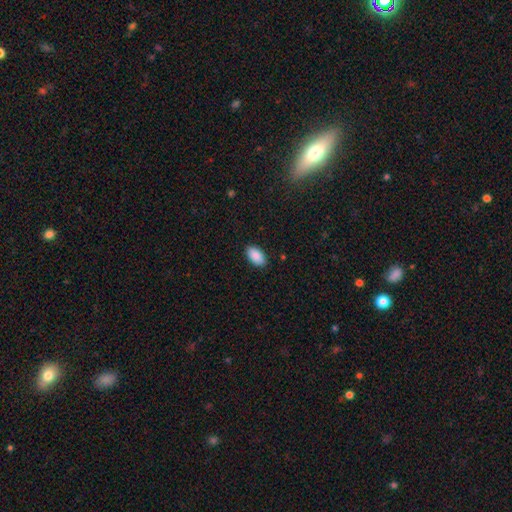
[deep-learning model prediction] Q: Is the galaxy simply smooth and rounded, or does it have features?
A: smooth — 90%.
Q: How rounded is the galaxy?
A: in between — 95%.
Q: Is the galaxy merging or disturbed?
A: none — 89%.